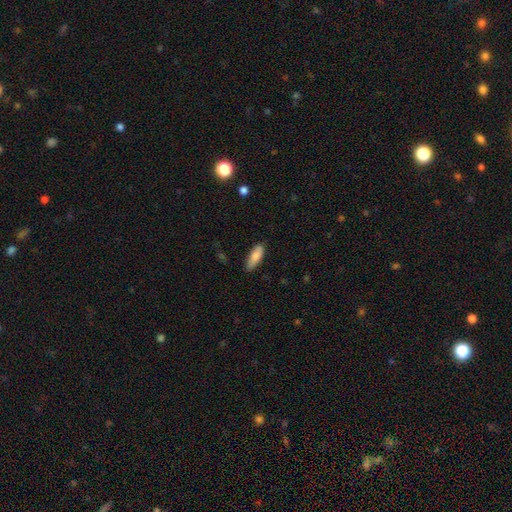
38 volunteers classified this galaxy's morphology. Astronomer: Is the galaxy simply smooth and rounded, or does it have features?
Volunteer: smooth — 89%.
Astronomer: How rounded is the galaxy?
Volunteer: in between — 50% (runner-up: cigar-shaped, 44%).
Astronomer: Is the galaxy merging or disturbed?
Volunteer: none — 72%.